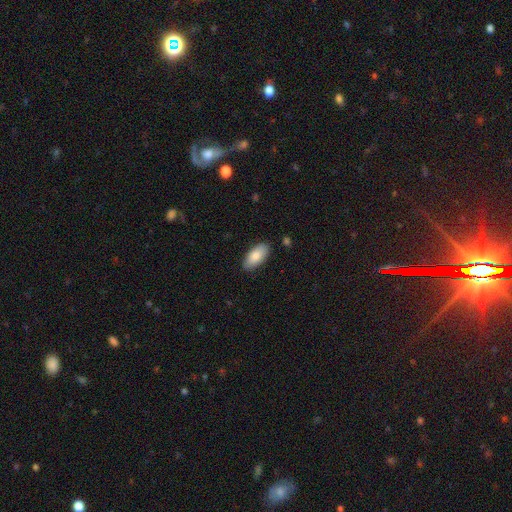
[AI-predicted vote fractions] Morphology: type=smooth (84%); roundness=in between (92%); merging=none (86%).